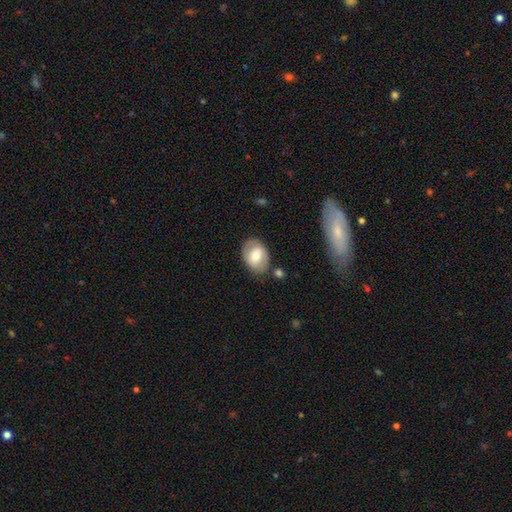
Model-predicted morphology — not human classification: Q: Smooth or featured?
A: smooth (59%); runner-up: featured or disk (34%)
Q: How rounded?
A: in between (74%); runner-up: round (25%)
Q: Merging?
A: none (76%); runner-up: minor disturbance (15%)